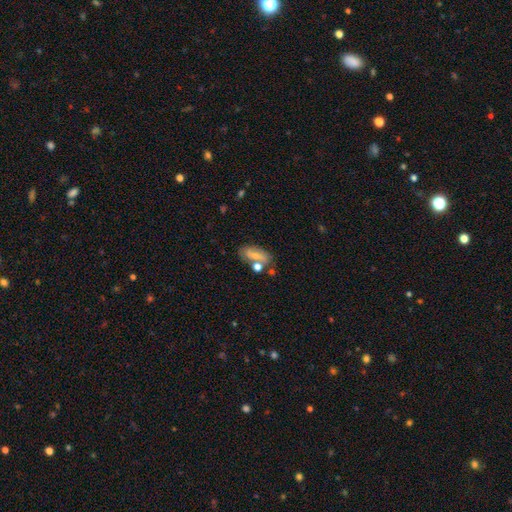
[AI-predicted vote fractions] Morphology: type=smooth (57%); roundness=in between (81%); merging=none (56%).